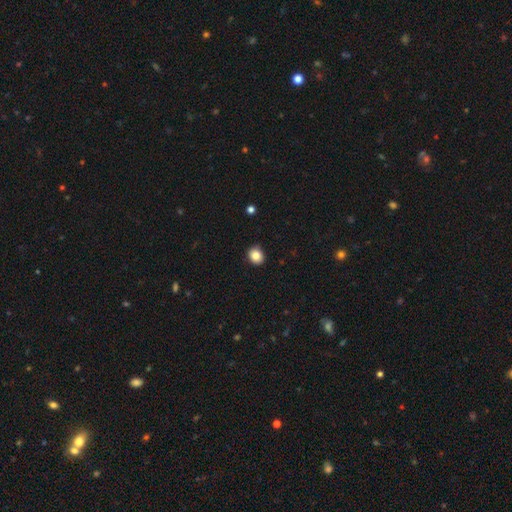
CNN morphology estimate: smooth 85%, star or artifact 10%, featured or disk 5%. Down the decision tree: how rounded — round (69%); merging — none (88%).